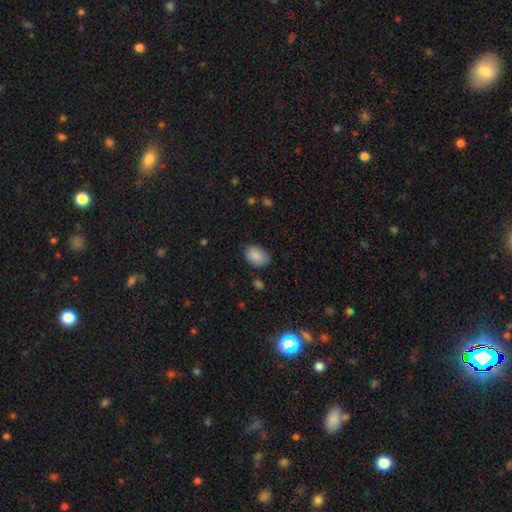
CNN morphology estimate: Smooth or featured: smooth — 89% (star or artifact — 7%)
How rounded: in between — 82% (round — 17%)
Merging: none — 82% (minor disturbance — 14%)